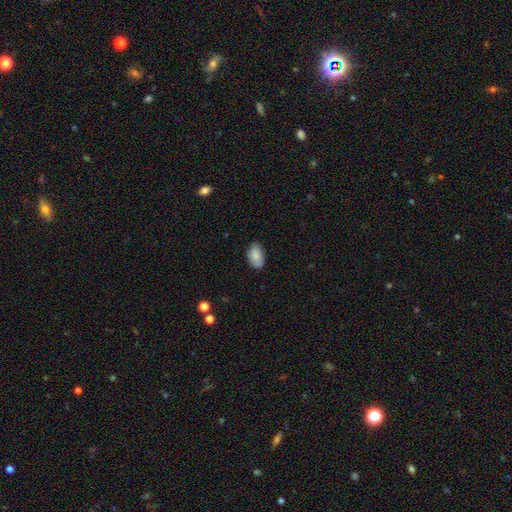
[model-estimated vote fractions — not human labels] Smooth or featured? Predicted: smooth (p=0.83). How rounded? Predicted: in between (p=0.92). Merging? Predicted: none (p=0.74).